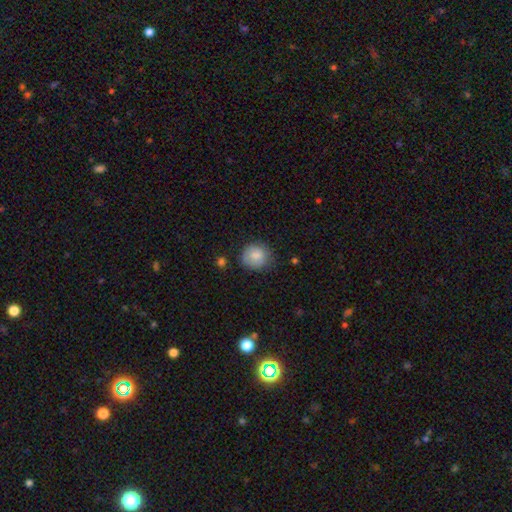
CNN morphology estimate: The model was most divided on "merging": none: 72%, minor disturbance: 21%, major disturbance: 5%, merger: 2%. More confident: how rounded — round (85%); smooth or featured — smooth (81%).